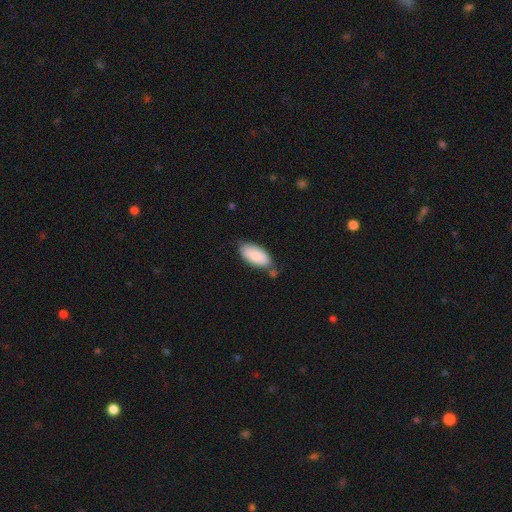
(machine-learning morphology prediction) This is clearly a smooth galaxy (82%). How rounded: clearly in between (93%). Merging: likely none (64%).